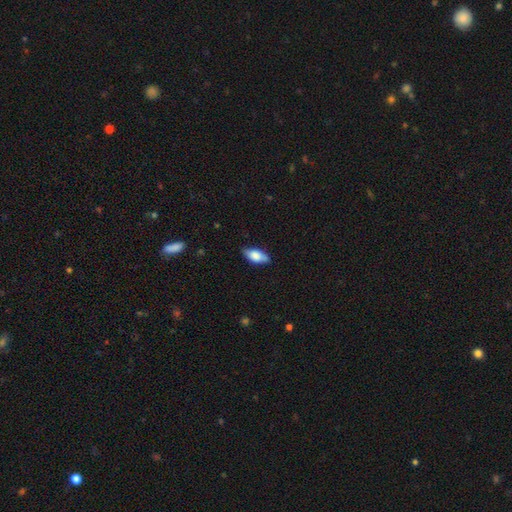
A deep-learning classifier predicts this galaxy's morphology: The model was most divided on "smooth or featured": smooth: 72%, featured or disk: 21%, star or artifact: 7%. More confident: how rounded — in between (87%); merging — none (76%).